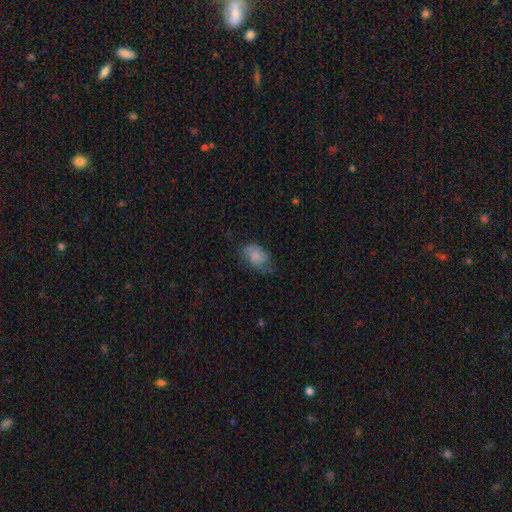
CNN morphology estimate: smooth-or-featured: smooth: 77% | featured or disk: 16% | star or artifact: 8%
  how-rounded: in between: 90% | round: 9% | cigar-shaped: 2%
  merging: none: 54% | minor disturbance: 32% | major disturbance: 13% | merger: 1%